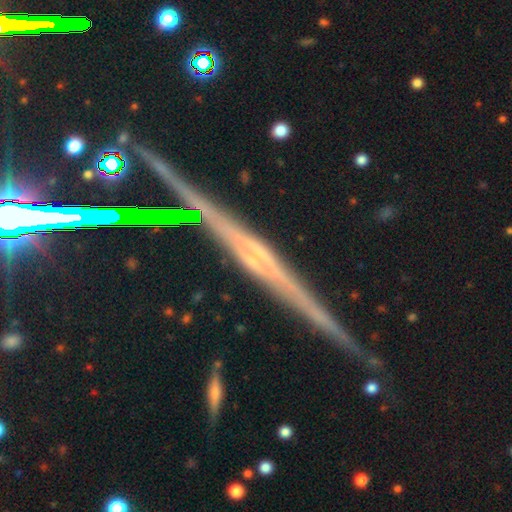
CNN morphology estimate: smooth-or-featured: featured or disk: 74% | star or artifact: 17% | smooth: 9%
  disk-edge-on: yes: 97% | no: 3%
    edge-on-bulge: rounded: 55% | none: 32% | boxy: 14%
  merging: none: 84% | minor disturbance: 11% | merger: 3% | major disturbance: 3%